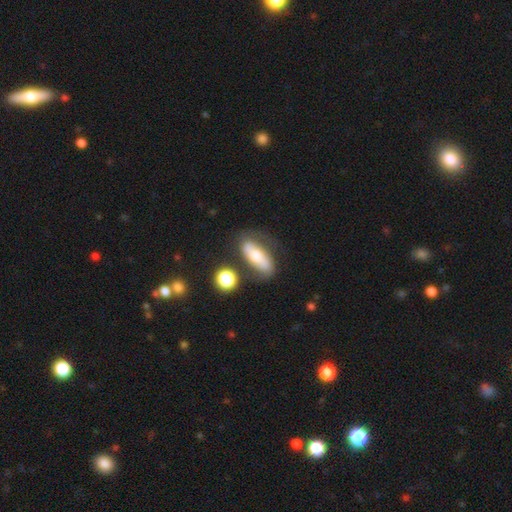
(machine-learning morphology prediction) type=featured or disk (52%); edge-on=no (72%); merging=none (69%).